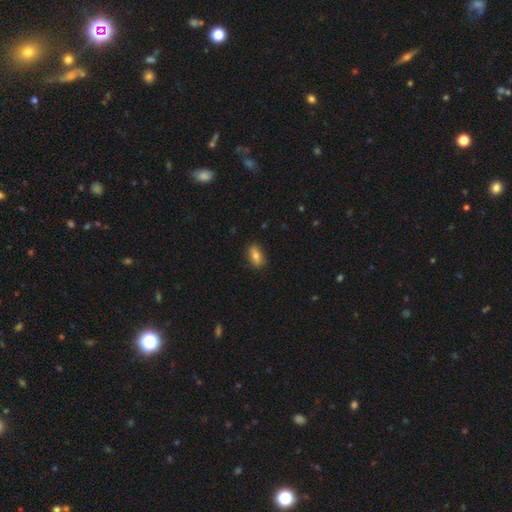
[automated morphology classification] The model was most divided on "smooth or featured": smooth: 77%, featured or disk: 16%, star or artifact: 8%. More confident: merging — none (85%); how rounded — in between (82%).